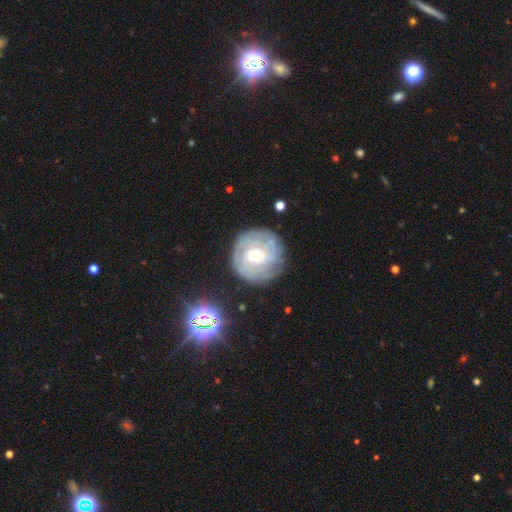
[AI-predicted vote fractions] Overall: featured or disk (73%). Edge-on disk: no (97%). Bar: no (62%; weak 31%). Spiral arms: yes (83%). Spiral arm count: can't tell (50%; 2 18%). Spiral winding: tight (71%). Bulge size: small (52%; moderate 44%). Merging: none (79%).